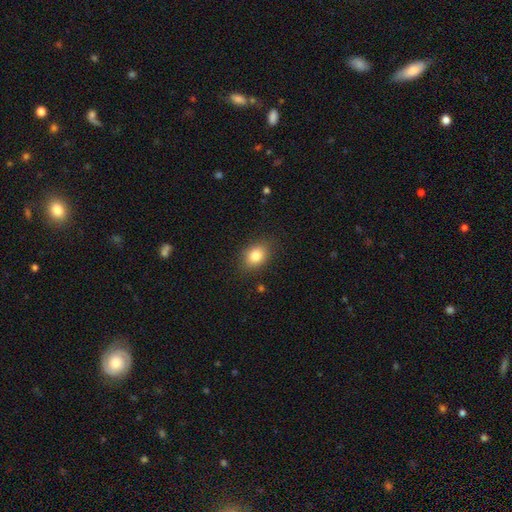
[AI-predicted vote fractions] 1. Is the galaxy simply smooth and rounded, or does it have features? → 83% smooth, 9% star or artifact, 8% featured or disk.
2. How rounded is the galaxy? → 69% in between, 29% round, 1% cigar-shaped.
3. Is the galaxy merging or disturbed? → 84% none, 12% minor disturbance, 3% major disturbance, 1% merger.